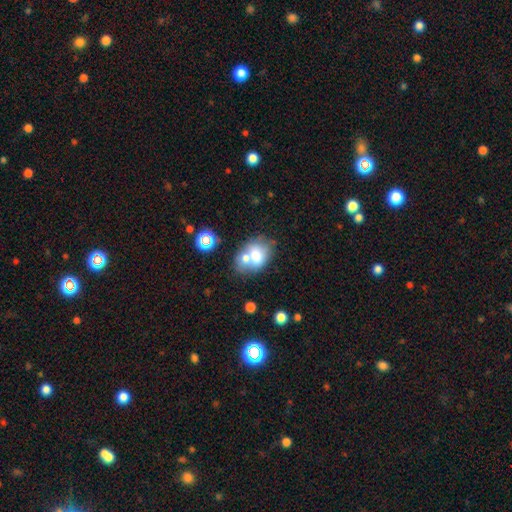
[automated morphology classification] A smooth galaxy with no disk features (68%) that is in between round and cigar-shaped (65%).

Vote fractions:
- Smooth or featured? smooth: 68% / featured or disk: 22% / star or artifact: 10%
- How rounded? in between: 65% / round: 34% / cigar-shaped: 1%
- Merging? merger: 46% / none: 36% / minor disturbance: 13% / major disturbance: 6%